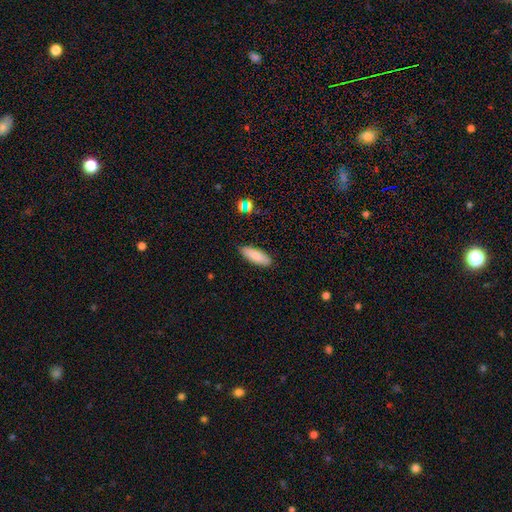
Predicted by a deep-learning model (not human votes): A smooth galaxy with no disk features (86%) that is in between round and cigar-shaped (61%). Merging: none (87%).